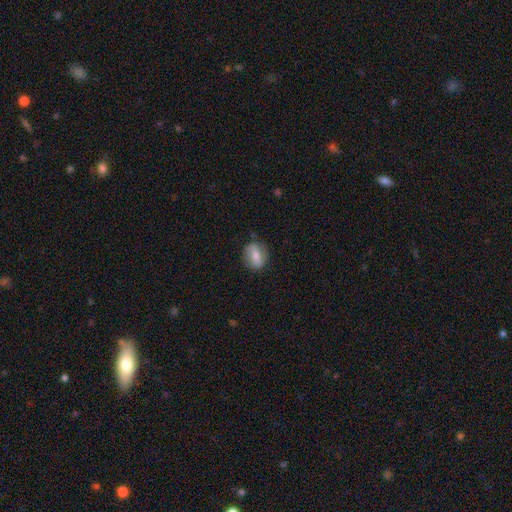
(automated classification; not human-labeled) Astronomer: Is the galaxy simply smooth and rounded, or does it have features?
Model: smooth — 60%.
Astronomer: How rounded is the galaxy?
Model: in between — 53% (runner-up: round, 44%).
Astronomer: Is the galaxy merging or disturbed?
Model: none — 78%.